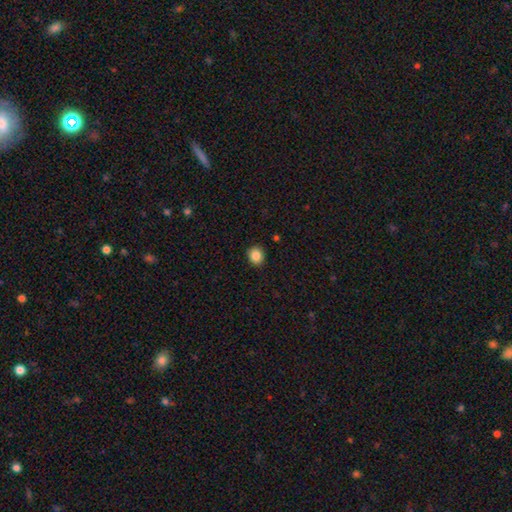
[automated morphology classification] The model was most divided on "how rounded": round: 78%, in between: 21%, cigar-shaped: 1%. More confident: merging — none (91%); smooth or featured — smooth (87%).